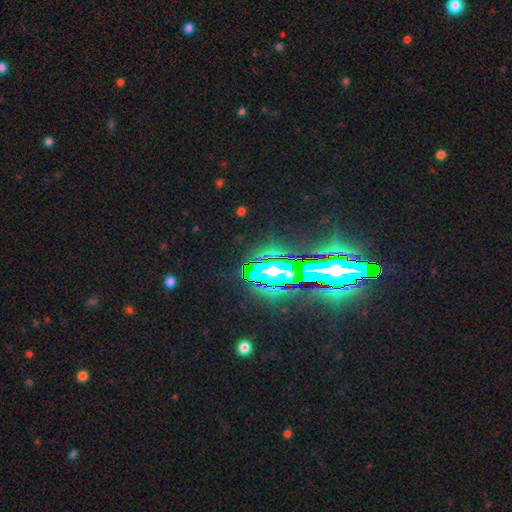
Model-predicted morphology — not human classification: Smooth or featured? Predicted: star or artifact (p=0.85).